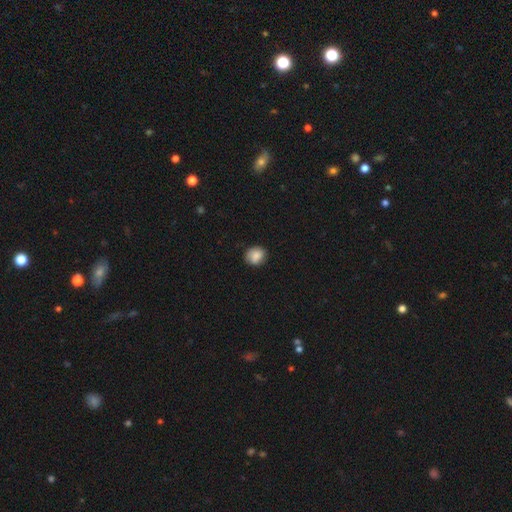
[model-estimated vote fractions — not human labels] Smooth or featured: smooth — 83% (featured or disk — 8%)
How rounded: round — 63% (in between — 36%)
Merging: none — 79% (minor disturbance — 17%)